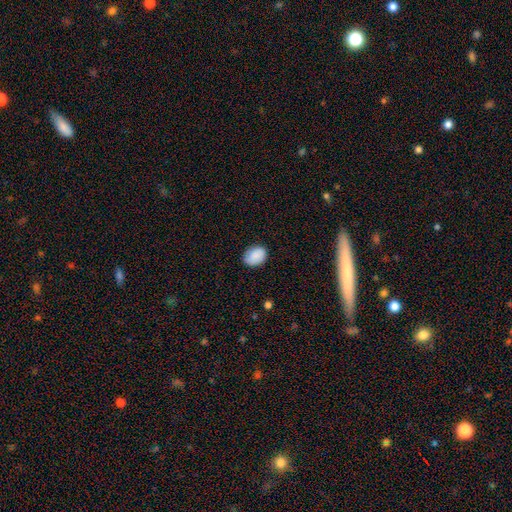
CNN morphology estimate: type=smooth (87%); roundness=in between (68%); merging=none (81%).